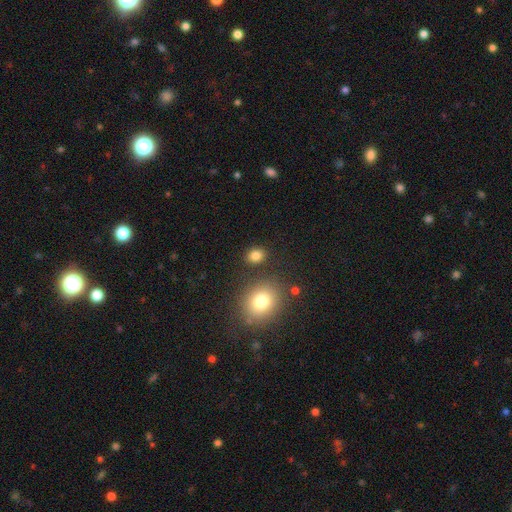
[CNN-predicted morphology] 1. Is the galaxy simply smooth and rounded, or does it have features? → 82% smooth, 13% star or artifact, 5% featured or disk.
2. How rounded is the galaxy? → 57% round, 41% in between, 1% cigar-shaped.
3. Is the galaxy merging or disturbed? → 83% none, 9% minor disturbance, 5% merger, 3% major disturbance.